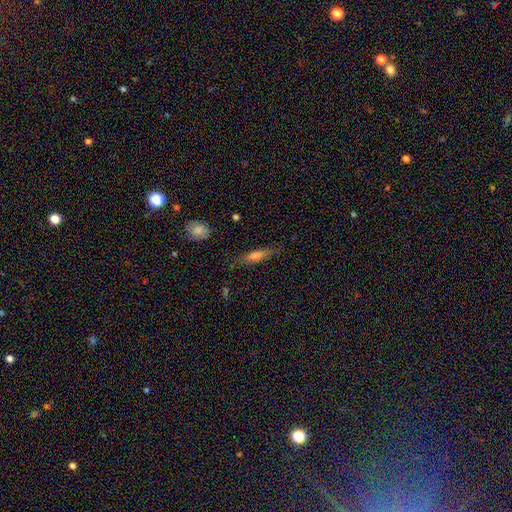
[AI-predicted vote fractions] Morphology: type=smooth (60%); roundness=cigar-shaped (73%); merging=none (80%).